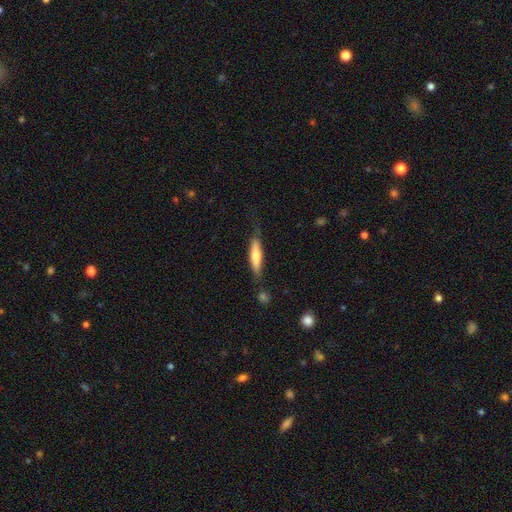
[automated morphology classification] The model was most divided on "smooth or featured": smooth: 61%, featured or disk: 33%, star or artifact: 6%. More confident: how rounded — cigar-shaped (79%); merging — none (66%).